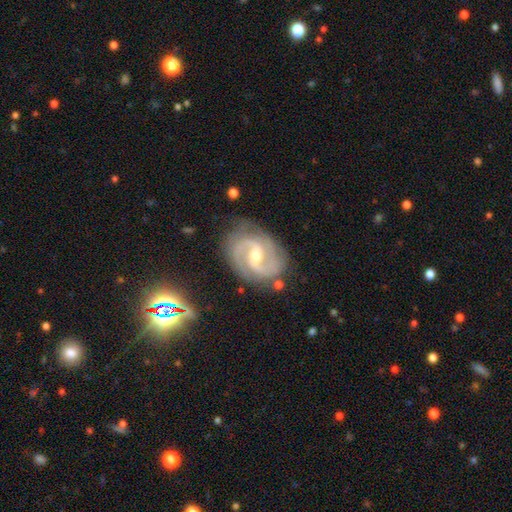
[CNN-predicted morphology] Smooth or featured: featured or disk — 90% (star or artifact — 6%)
Edge-on disk: no — 98% (yes — 2%)
Bar: weak — 52% (strong — 27%)
Spiral arms: yes — 98% (no — 2%)
Spiral winding: medium — 57% (tight — 31%)
Spiral arm count: 2 — 91% (3 — 3%)
Bulge size: moderate — 51% (small — 45%)
Merging: none — 78% (minor disturbance — 15%)